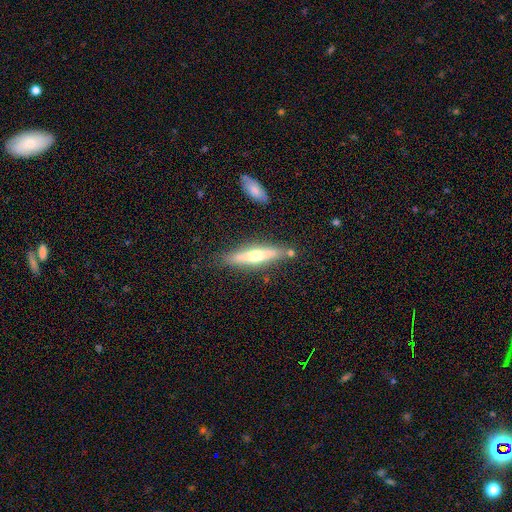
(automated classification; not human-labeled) Smooth or featured: featured or disk — 55% (smooth — 39%)
Edge-on disk: yes — 92% (no — 8%)
Edge-on bulge: rounded — 89% (none — 8%)
Merging: none — 82% (minor disturbance — 11%)